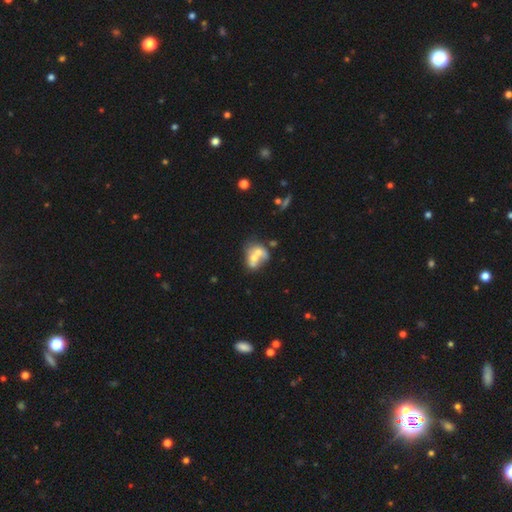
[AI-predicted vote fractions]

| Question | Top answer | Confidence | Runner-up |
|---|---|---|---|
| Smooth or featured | smooth | 53% | featured or disk (37%) |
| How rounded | in between | 52% | round (46%) |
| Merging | merger | 73% | none (15%) |